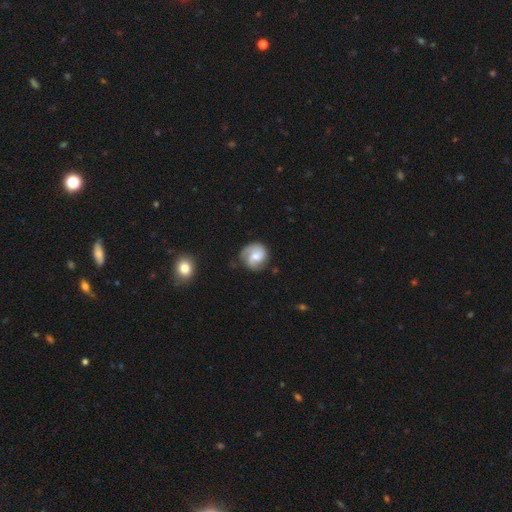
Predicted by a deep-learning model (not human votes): The model was most divided on "spiral winding": medium: 43%, tight: 35%, loose: 22%. More confident: edge-on disk — no (98%); spiral arms — yes (93%); merging — none (69%); smooth or featured — featured or disk (64%); spiral arm count — 2 (64%); bulge size — moderate (53%); bar — no (52%).